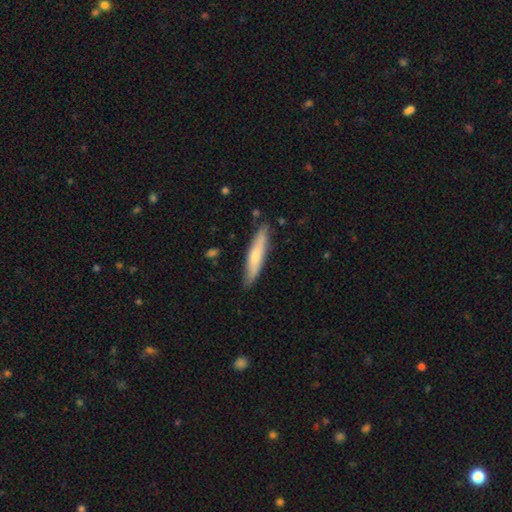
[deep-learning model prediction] Smooth or featured: smooth — 62% (featured or disk — 32%)
How rounded: cigar-shaped — 87% (in between — 12%)
Merging: none — 84% (minor disturbance — 12%)